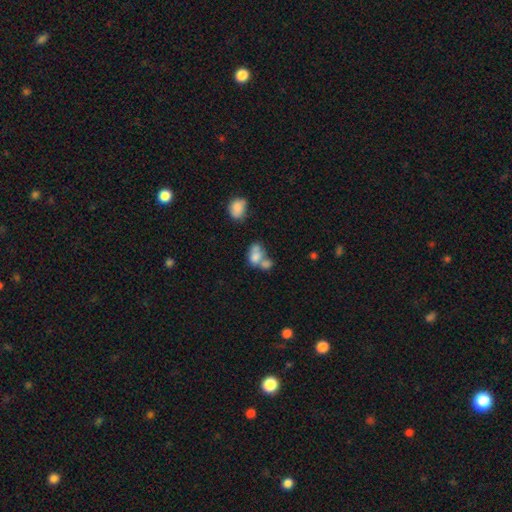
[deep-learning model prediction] A smooth galaxy with no disk features (73%) that is in between round and cigar-shaped (79%). Merging: merger (63%).